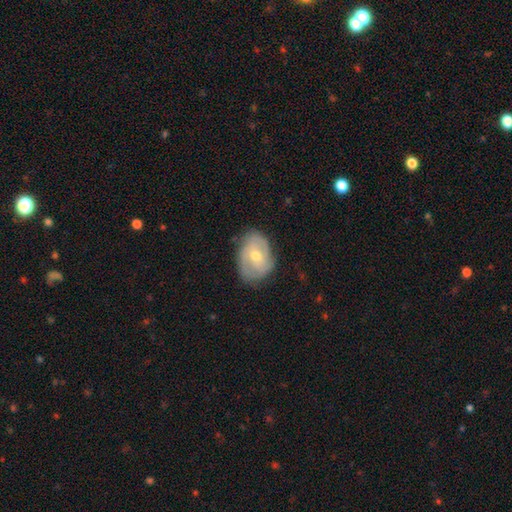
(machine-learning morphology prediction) A featured or disk galaxy (67%) with no bar (50%), 2 (40%) tight (49%) spiral arms (83%) and a moderate central bulge (59%).

Vote fractions:
- Smooth or featured? featured or disk: 67% / smooth: 26% / star or artifact: 7%
- Edge-on disk? no: 96% / yes: 4%
- Bar? no: 50% / weak: 40% / strong: 10%
- Spiral arms? yes: 83% / no: 17%
- Spiral winding? tight: 49% / medium: 37% / loose: 14%
- Spiral arm count? 2: 40% / can't tell: 31% / 3: 18% / 4: 4% / 1: 4% / more than 4: 3%
- Bulge size? moderate: 59% / small: 37% / large: 2% / none: 1% / dominant: 1%
- Merging? none: 71% / minor disturbance: 22% / major disturbance: 6% / merger: 1%